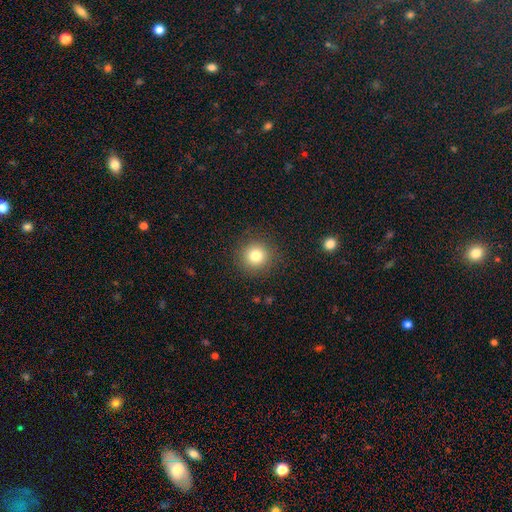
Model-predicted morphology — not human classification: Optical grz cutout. It shows a smooth galaxy with no disk features (80%) that is round (94%). Merging: none (90%).